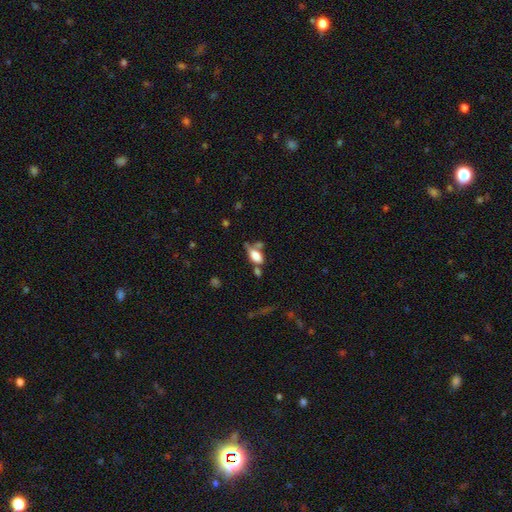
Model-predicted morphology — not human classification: Smooth or featured?
  - smooth: 70% *
  - featured or disk: 19%
  - star or artifact: 10%
How rounded?
  - in between: 84% *
  - cigar-shaped: 11%
  - round: 5%
Merging?
  - none: 39% *
  - merger: 26%
  - minor disturbance: 21%
  - major disturbance: 14%